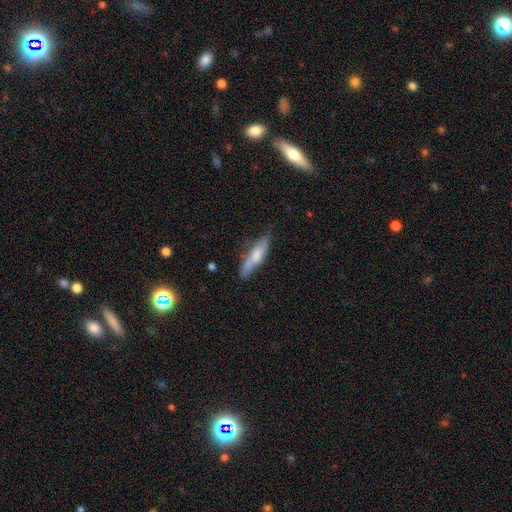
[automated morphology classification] Smooth or featured? Predicted: smooth (p=0.57). How rounded? Predicted: cigar-shaped (p=0.74). Merging? Predicted: none (p=0.61).